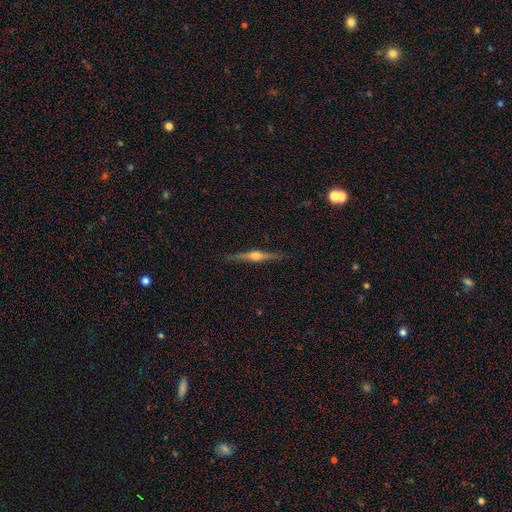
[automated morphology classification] This is likely a featured or disk galaxy (72%). It is clearly viewed edge-on (98%). Edge-on bulge: clearly rounded (92%). Merging: clearly none (90%).